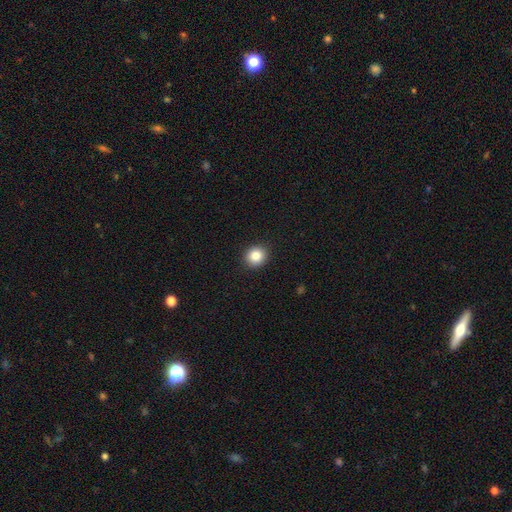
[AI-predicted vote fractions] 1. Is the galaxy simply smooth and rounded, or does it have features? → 85% smooth, 10% star or artifact, 5% featured or disk.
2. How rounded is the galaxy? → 84% round, 15% in between, 1% cigar-shaped.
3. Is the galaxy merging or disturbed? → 92% none, 6% minor disturbance, 2% major disturbance, 1% merger.